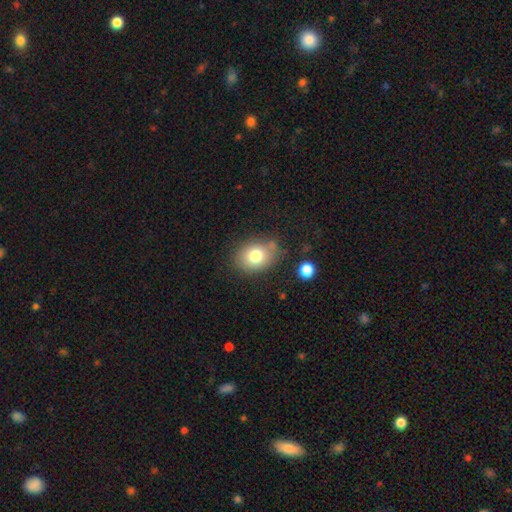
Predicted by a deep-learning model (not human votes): Q: Smooth or featured?
A: smooth (78%); runner-up: featured or disk (12%)
Q: How rounded?
A: in between (60%); runner-up: round (39%)
Q: Merging?
A: none (71%); runner-up: minor disturbance (18%)